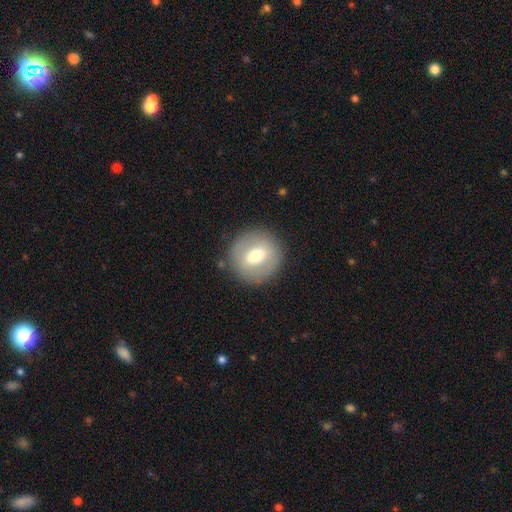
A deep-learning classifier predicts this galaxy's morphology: type=smooth (55%); roundness=round (89%); merging=none (85%).